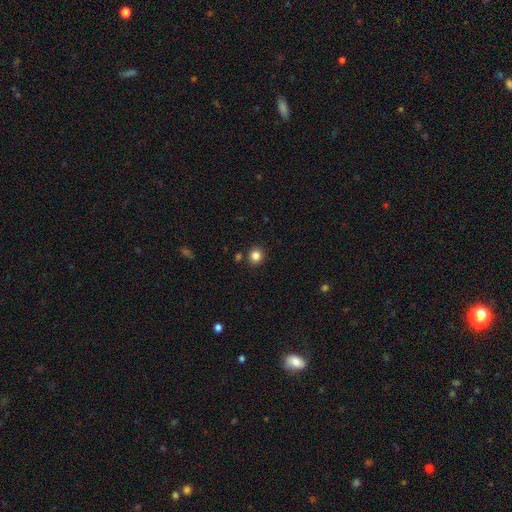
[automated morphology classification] Smooth or featured?
  - smooth: 84% *
  - star or artifact: 12%
  - featured or disk: 4%
How rounded?
  - round: 88% *
  - in between: 11%
  - cigar-shaped: 1%
Merging?
  - none: 88% *
  - minor disturbance: 7%
  - merger: 3%
  - major disturbance: 2%